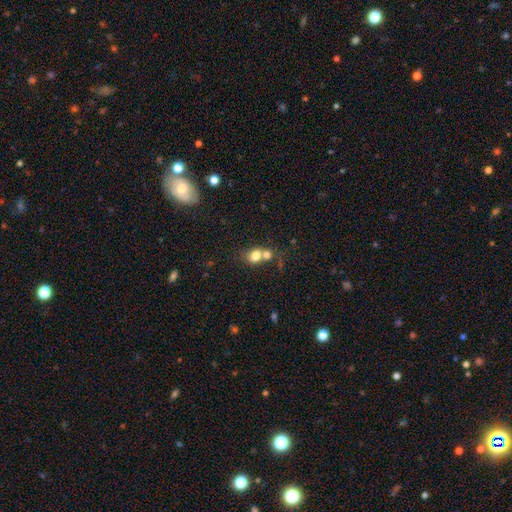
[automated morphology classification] The model was most divided on "how rounded": round: 57%, in between: 42%, cigar-shaped: 1%. More confident: smooth or featured — smooth (76%); merging — merger (55%).